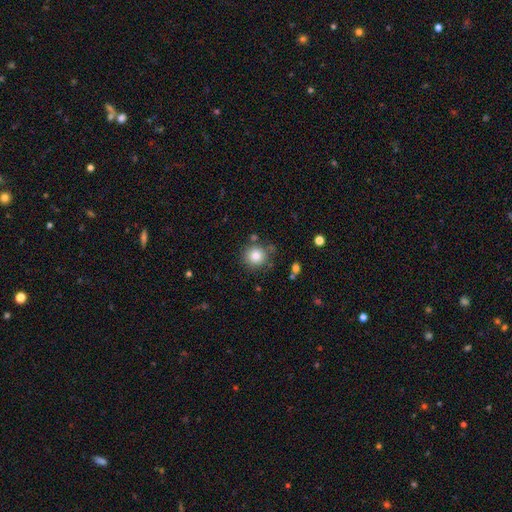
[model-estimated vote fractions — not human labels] Smooth or featured? smooth (82%)
How rounded? round (92%)
Merging? none (80%)